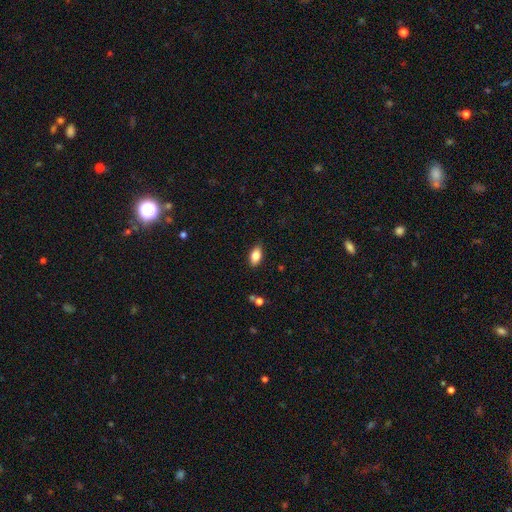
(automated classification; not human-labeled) Overall: smooth (84%). How rounded: in between (91%). Merging: none (86%).